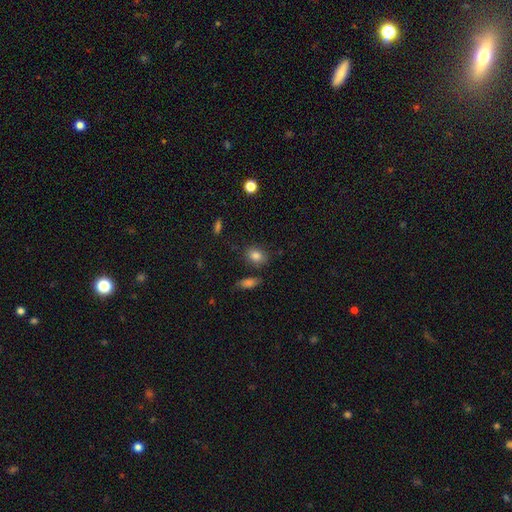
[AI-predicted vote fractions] This appears to be a smooth galaxy with no disk features (83%) that is in between round and cigar-shaped (62%). Merging: none (79%).